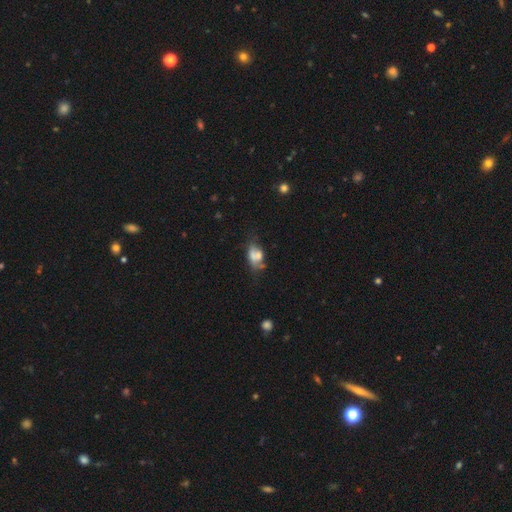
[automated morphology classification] smooth 55%, featured or disk 32%, star or artifact 13%. Down the decision tree: how rounded — in between (82%); merging — none (32%).